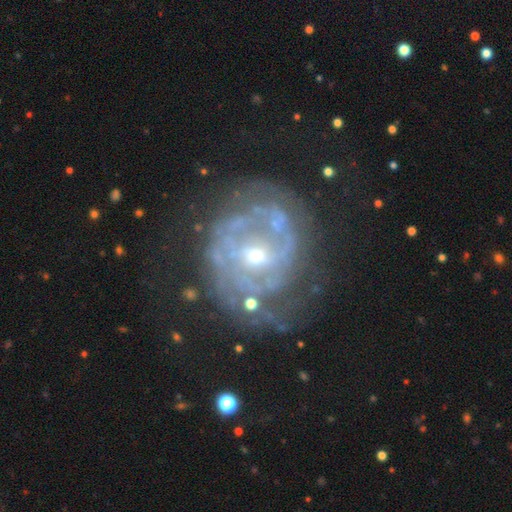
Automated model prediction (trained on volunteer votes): This appears to be a featured or disk galaxy (84%) with no bar (49%), 2 (38%) tight (57%) spiral arms (85%) and a small central bulge (60%). Merging: none (59%).